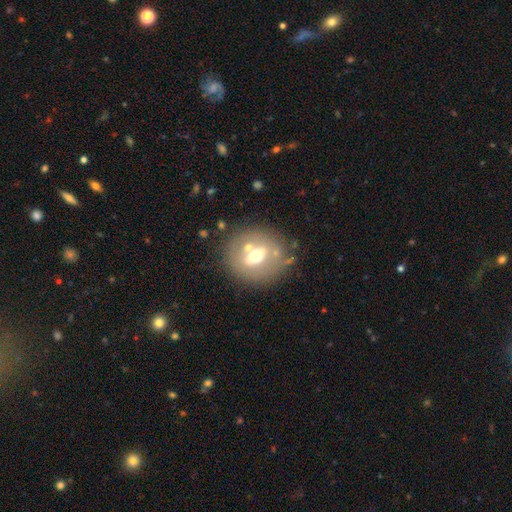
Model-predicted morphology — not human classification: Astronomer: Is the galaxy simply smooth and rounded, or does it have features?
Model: featured or disk — 47% (runner-up: smooth, 42%).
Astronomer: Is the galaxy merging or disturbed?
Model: none — 71%.